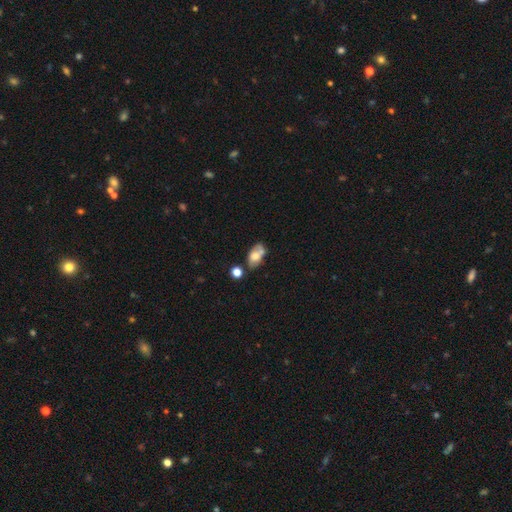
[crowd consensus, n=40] This is possibly a smooth galaxy (55%). How rounded: clearly in between (91%). Merging: marginally merger (38%).